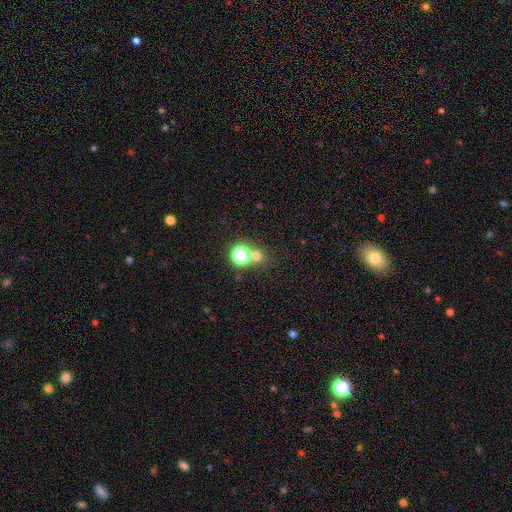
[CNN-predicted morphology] This appears to be a smooth galaxy with no disk features (63%) that is round (86%). Merging: none (63%).